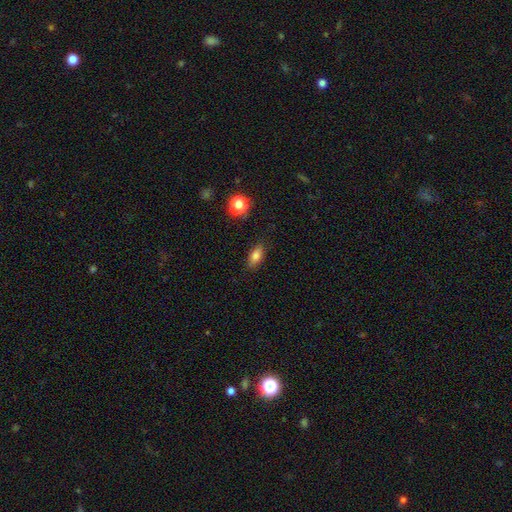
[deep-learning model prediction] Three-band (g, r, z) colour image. It shows a smooth galaxy with no disk features (77%) that is in between round and cigar-shaped (78%). Merging: none (85%).